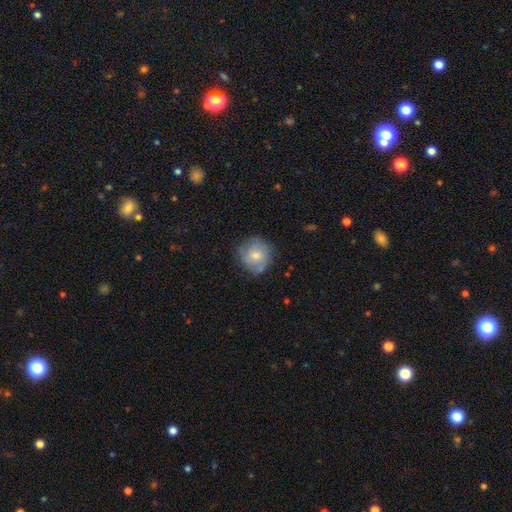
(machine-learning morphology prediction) smooth_or_featured: smooth (p=0.66) [alt: featured or disk p=0.27]
how_rounded: round (p=0.92) [alt: in between p=0.07]
merging: none (p=0.75) [alt: minor disturbance p=0.18]